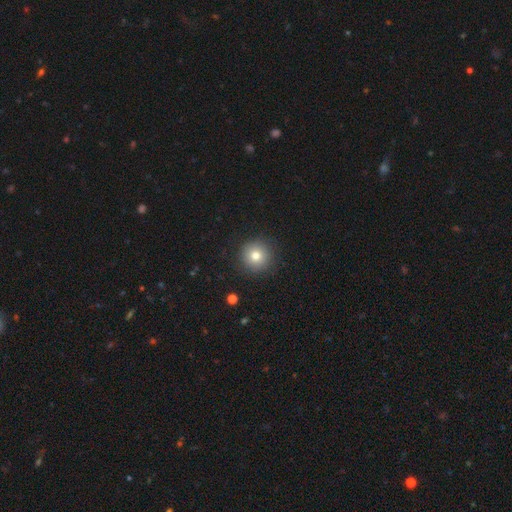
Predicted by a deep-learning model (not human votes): Morphology: type=smooth (77%); roundness=round (95%); merging=none (90%).